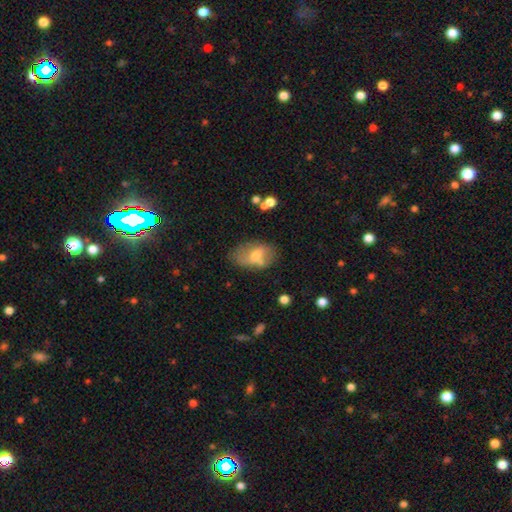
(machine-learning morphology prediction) Smooth or featured: smooth — 57% (featured or disk — 35%)
How rounded: in between — 88% (round — 10%)
Merging: none — 62% (minor disturbance — 22%)